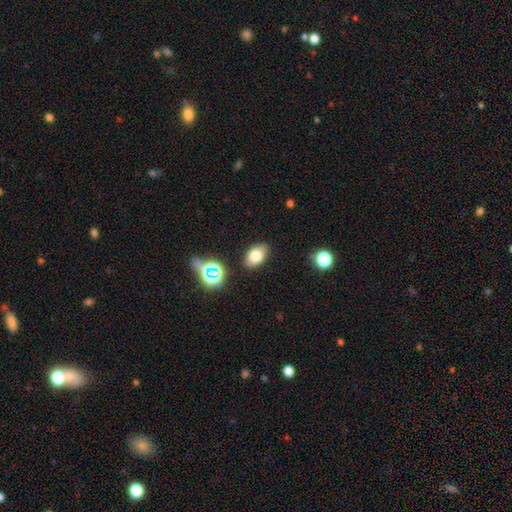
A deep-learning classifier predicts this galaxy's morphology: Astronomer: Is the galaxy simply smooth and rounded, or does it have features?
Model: smooth — 75%.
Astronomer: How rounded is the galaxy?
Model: in between — 87%.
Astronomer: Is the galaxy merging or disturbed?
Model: none — 83%.